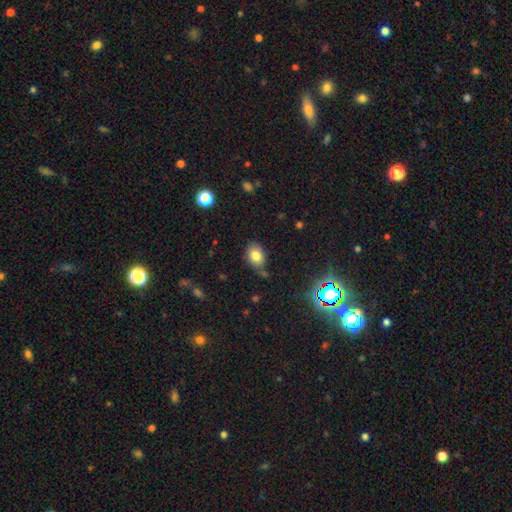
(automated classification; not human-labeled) Smooth or featured? smooth (79%)
How rounded? in between (64%)
Merging? none (73%)